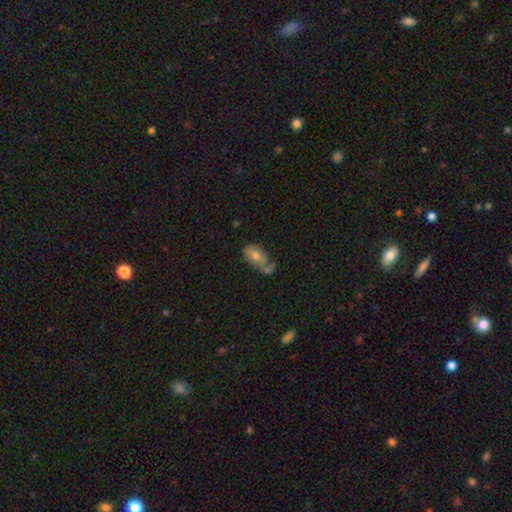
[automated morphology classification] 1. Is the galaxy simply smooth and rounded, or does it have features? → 59% smooth, 32% featured or disk, 9% star or artifact.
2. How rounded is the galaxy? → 88% in between, 9% round, 2% cigar-shaped.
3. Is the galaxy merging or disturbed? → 38% none, 27% merger, 22% minor disturbance, 13% major disturbance.